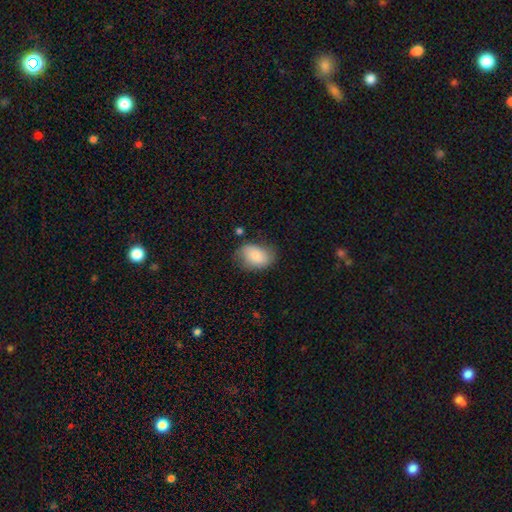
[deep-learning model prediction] smooth_or_featured: smooth (p=0.80) [alt: featured or disk p=0.13]
how_rounded: in between (p=0.83) [alt: round p=0.16]
merging: none (p=0.63) [alt: minor disturbance p=0.27]